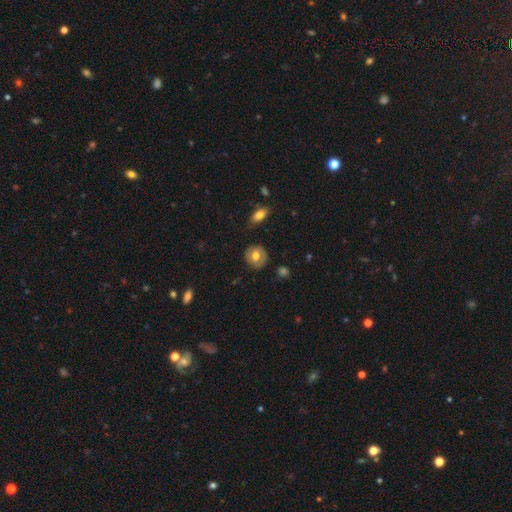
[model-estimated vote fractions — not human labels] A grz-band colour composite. It shows a smooth galaxy with no disk features (62%) that is round (77%). Merging: none (82%).